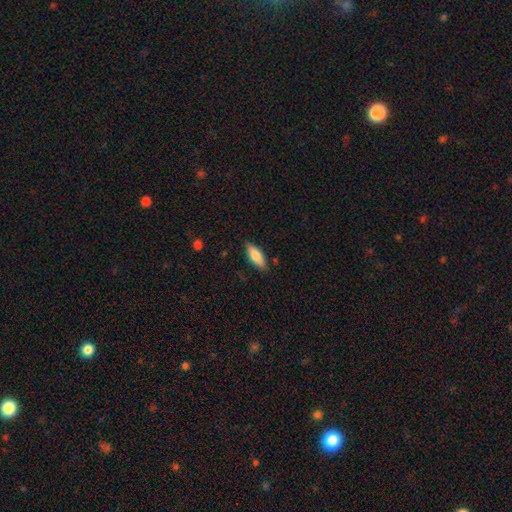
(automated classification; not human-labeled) This is likely a smooth galaxy (77%). How rounded: likely in between (67%). Merging: clearly none (83%).